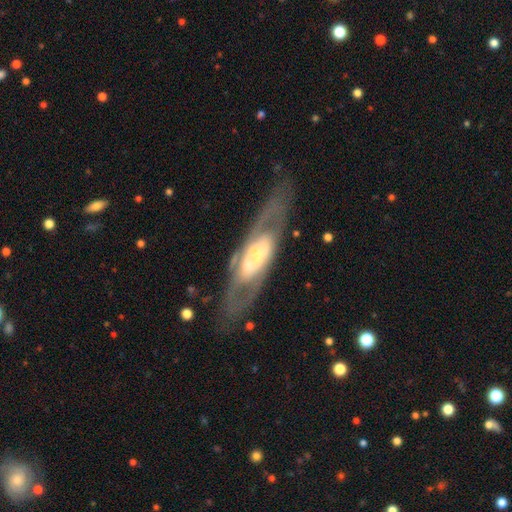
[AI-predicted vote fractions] This appears to be a featured or disk galaxy (77%) with no bar (47%), spiral arms (62%) and a small central bulge (47%). Merging: none (64%).